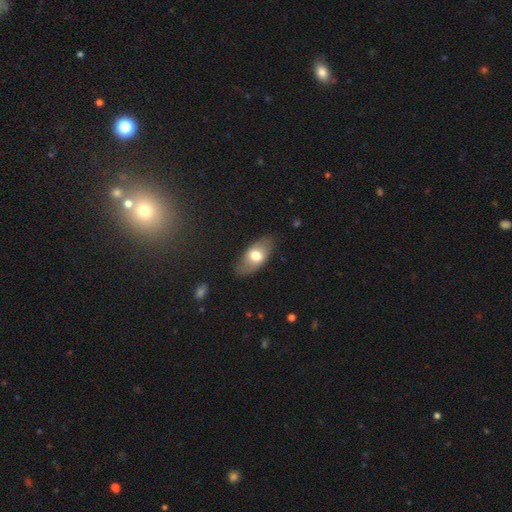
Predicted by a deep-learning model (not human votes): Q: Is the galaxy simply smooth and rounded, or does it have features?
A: smooth — 62%.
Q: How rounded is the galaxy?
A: in between — 90%.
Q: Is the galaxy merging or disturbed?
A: none — 81%.